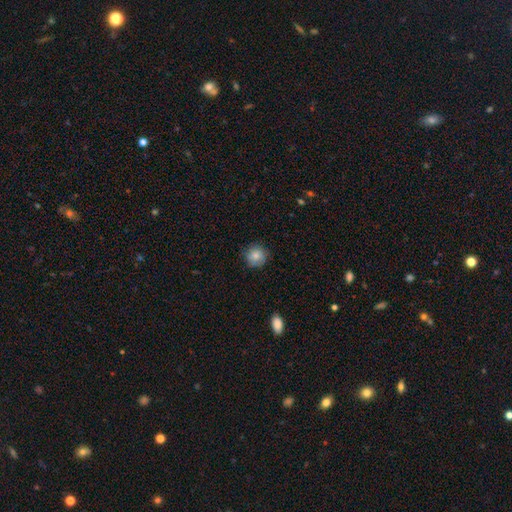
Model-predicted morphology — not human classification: Smooth or featured: smooth — 82% (featured or disk — 10%)
How rounded: round — 92% (in between — 7%)
Merging: none — 82% (minor disturbance — 14%)